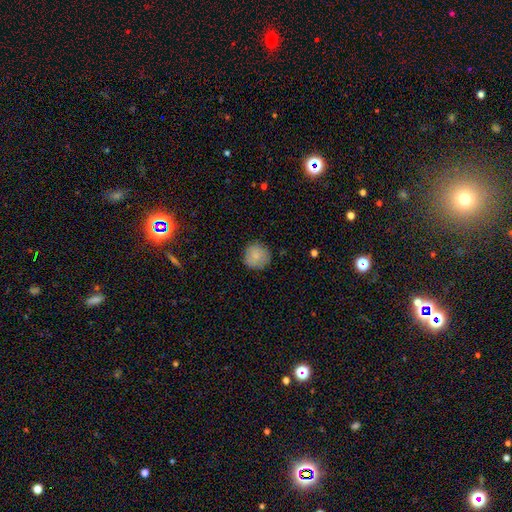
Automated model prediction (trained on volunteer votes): Smooth or featured? Predicted: smooth (p=0.82). How rounded? Predicted: round (p=0.94). Merging? Predicted: none (p=0.84).